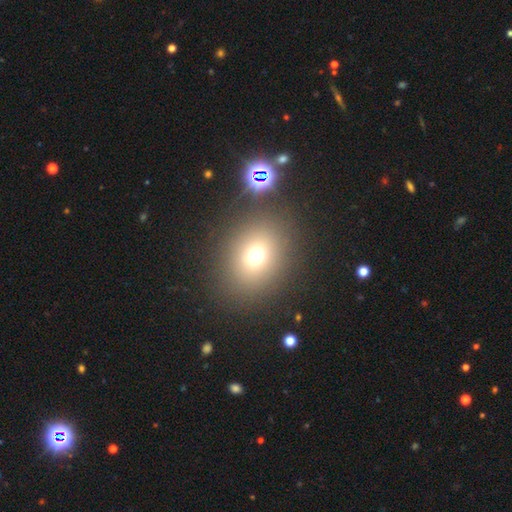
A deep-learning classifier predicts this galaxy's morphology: type=smooth (70%); roundness=round (63%); merging=none (79%).